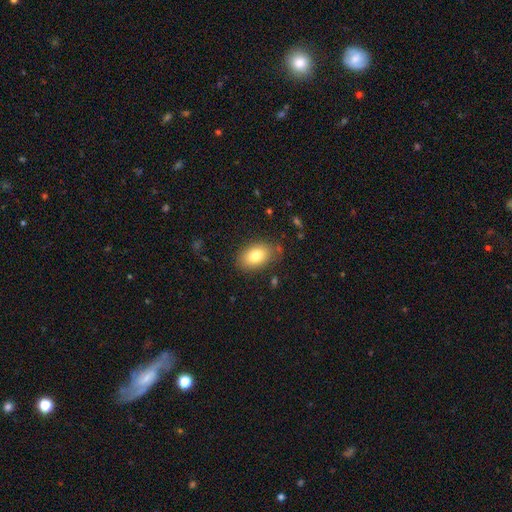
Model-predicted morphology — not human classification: Overall: smooth (79%). How rounded: in between (87%). Merging: none (82%).